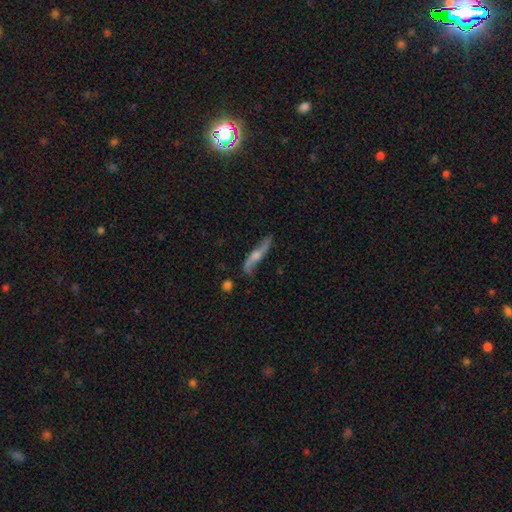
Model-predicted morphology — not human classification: Q: Smooth or featured?
A: featured or disk (71%); runner-up: smooth (23%)
Q: Edge-on disk?
A: yes (64%); runner-up: no (36%)
Q: Merging?
A: none (75%); runner-up: minor disturbance (17%)